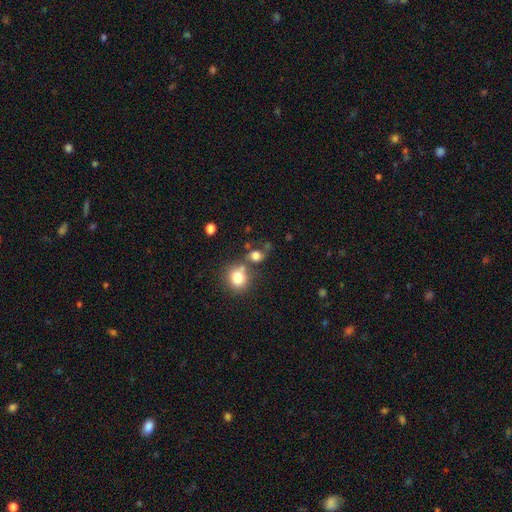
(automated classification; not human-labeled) This is likely a smooth galaxy (73%). How rounded: likely round (61%). Merging: possibly none (48%).